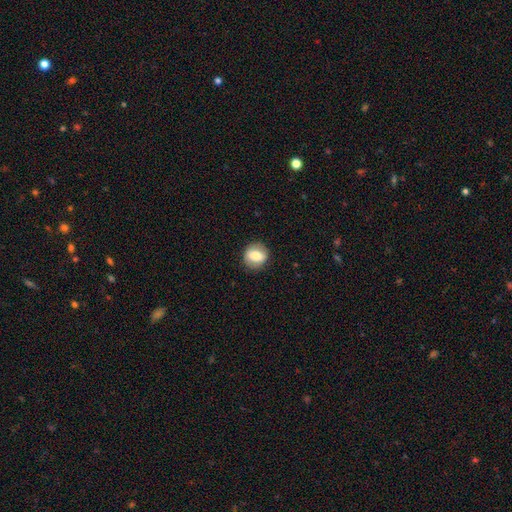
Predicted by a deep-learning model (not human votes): Overall: smooth (71%). How rounded: round (75%). Merging: none (87%).